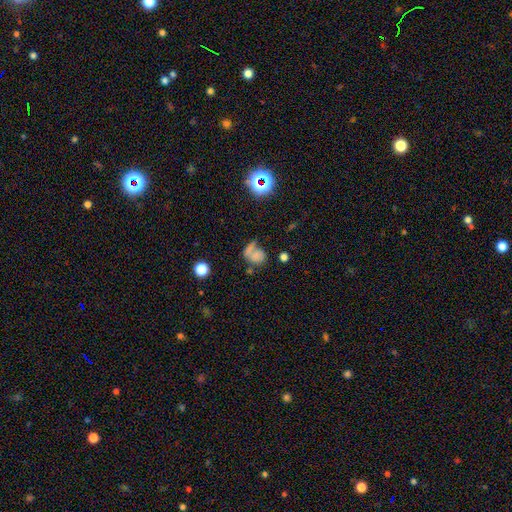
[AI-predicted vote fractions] Q: Smooth or featured?
A: smooth (52%); runner-up: featured or disk (32%)
Q: How rounded?
A: round (52%); runner-up: in between (46%)
Q: Merging?
A: none (33%); runner-up: major disturbance (28%)